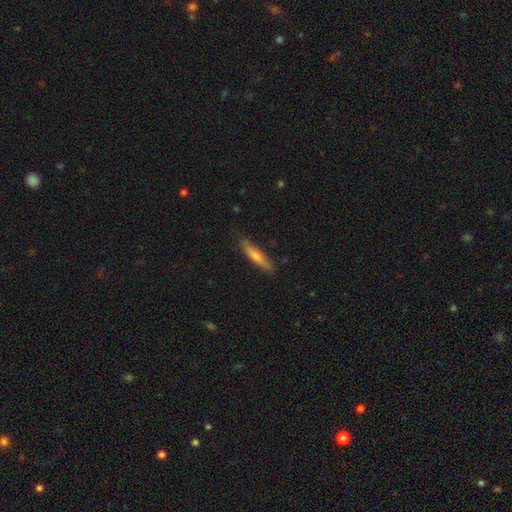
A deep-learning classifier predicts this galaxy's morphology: This is likely a smooth galaxy (67%). How rounded: clearly cigar-shaped (88%). Merging: clearly none (83%).